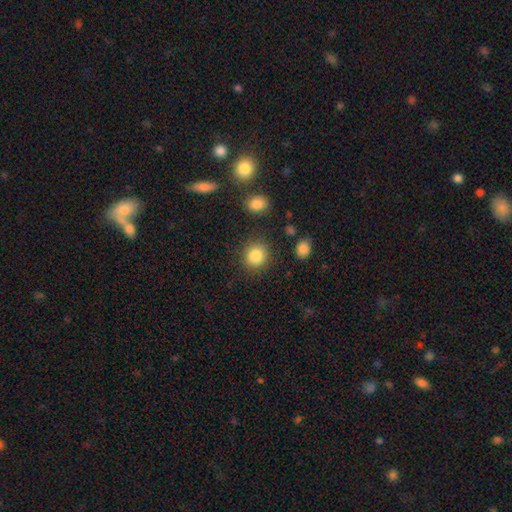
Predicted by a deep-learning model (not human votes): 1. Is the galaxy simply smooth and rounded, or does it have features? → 85% smooth, 10% star or artifact, 6% featured or disk.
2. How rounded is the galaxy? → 82% round, 17% in between, 1% cigar-shaped.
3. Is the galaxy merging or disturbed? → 84% none, 9% minor disturbance, 4% major disturbance, 3% merger.